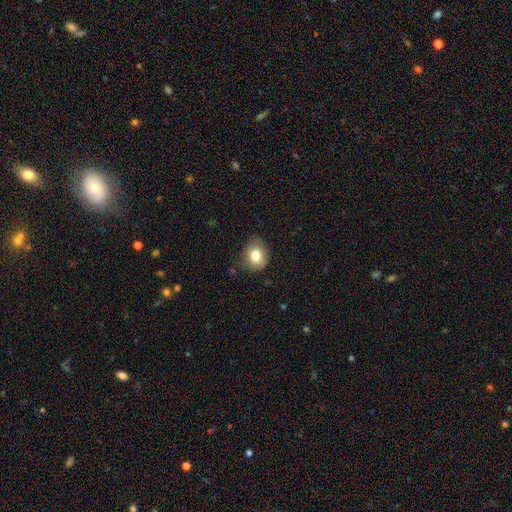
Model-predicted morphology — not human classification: Smooth or featured?
  - smooth: 79% *
  - featured or disk: 12%
  - star or artifact: 9%
How rounded?
  - round: 53% *
  - in between: 47%
  - cigar-shaped: 1%
Merging?
  - none: 68% *
  - minor disturbance: 25%
  - major disturbance: 5%
  - merger: 1%